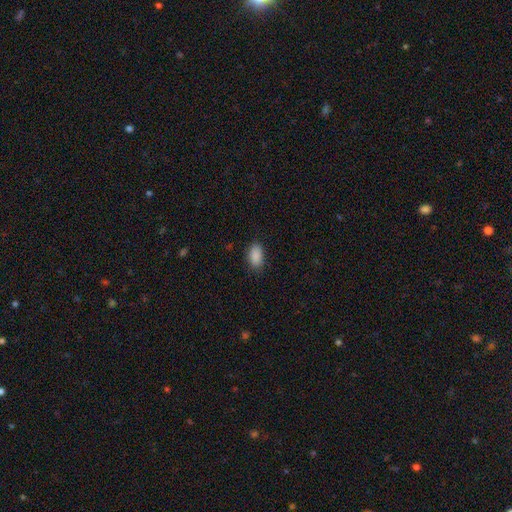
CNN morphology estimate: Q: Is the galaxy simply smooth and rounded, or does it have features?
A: smooth — 89%.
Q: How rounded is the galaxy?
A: in between — 93%.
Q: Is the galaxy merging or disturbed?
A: none — 86%.